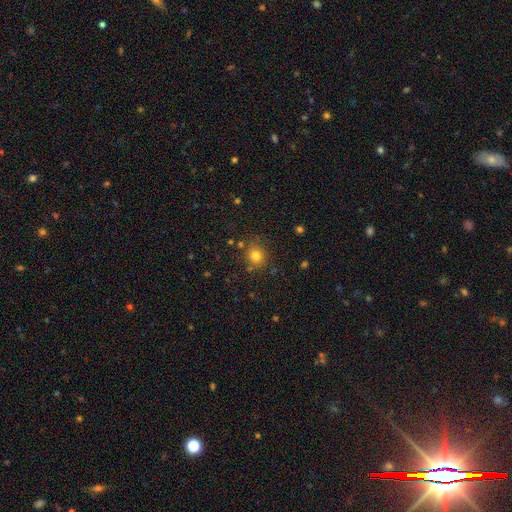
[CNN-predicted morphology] Q: Smooth or featured?
A: smooth (78%); runner-up: star or artifact (15%)
Q: How rounded?
A: round (85%); runner-up: in between (14%)
Q: Merging?
A: none (80%); runner-up: minor disturbance (11%)